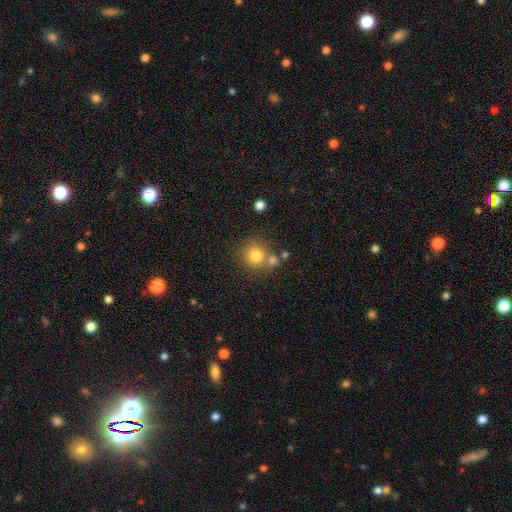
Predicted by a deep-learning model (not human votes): A smooth galaxy with no disk features (79%) that is round (90%).

Vote fractions:
- Smooth or featured? smooth: 79% / star or artifact: 12% / featured or disk: 9%
- How rounded? round: 90% / in between: 9% / cigar-shaped: 1%
- Merging? none: 65% / merger: 21% / minor disturbance: 10% / major disturbance: 4%